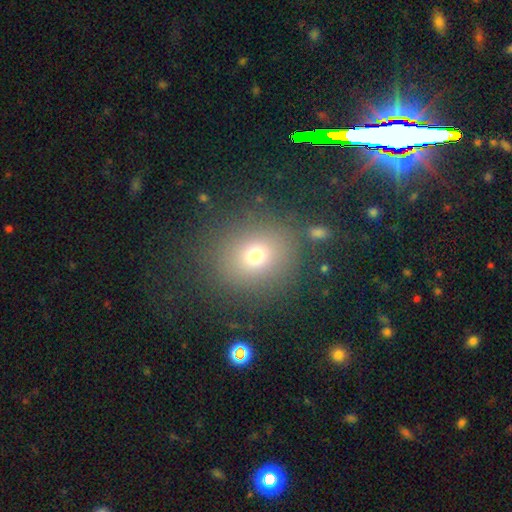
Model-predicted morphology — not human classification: Overall: smooth (71%). How rounded: round (77%). Merging: none (82%).